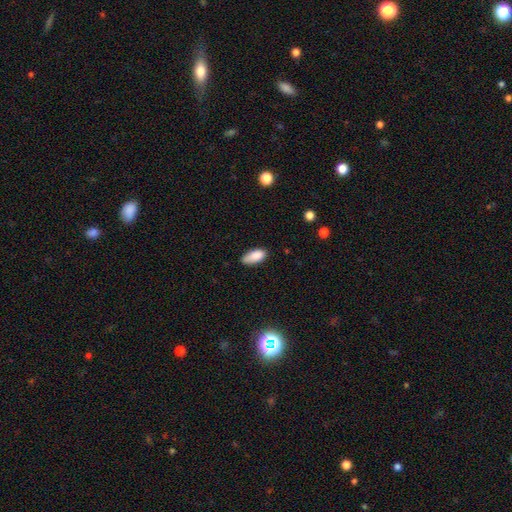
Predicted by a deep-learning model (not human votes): A smooth galaxy with no disk features (86%) that is in between round and cigar-shaped (88%). Merging: none (70%).